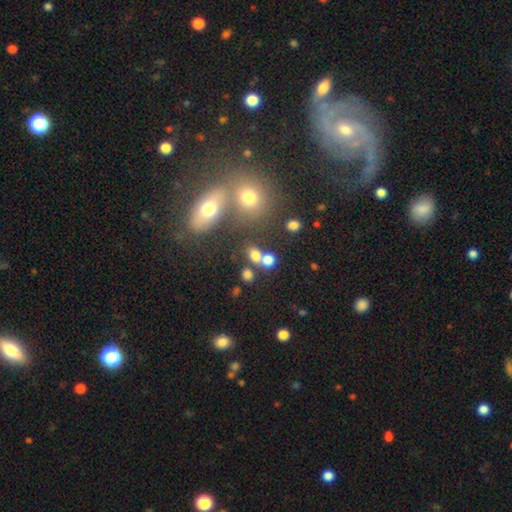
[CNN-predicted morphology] Smooth or featured? Predicted: smooth (p=0.73). How rounded? Predicted: round (p=0.57). Merging? Predicted: none (p=0.53).